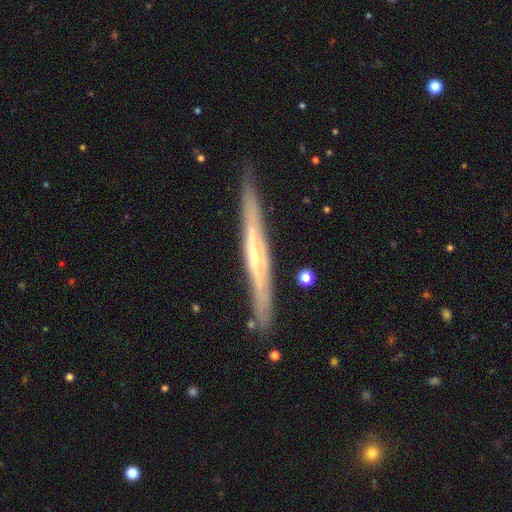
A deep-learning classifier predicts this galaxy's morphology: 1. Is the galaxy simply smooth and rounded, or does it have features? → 75% featured or disk, 19% smooth, 6% star or artifact.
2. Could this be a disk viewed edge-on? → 93% yes, 7% no.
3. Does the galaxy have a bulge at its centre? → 47% none, 46% rounded, 8% boxy.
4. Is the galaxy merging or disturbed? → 85% none, 11% minor disturbance, 2% major disturbance, 2% merger.